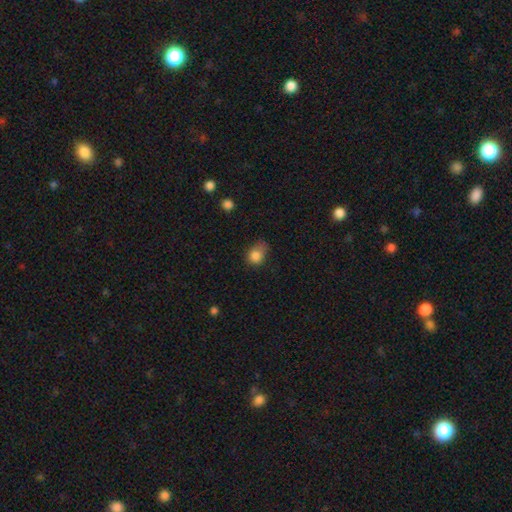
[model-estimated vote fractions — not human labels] Smooth or featured? Predicted: smooth (p=0.83). How rounded? Predicted: round (p=0.58). Merging? Predicted: none (p=0.43).